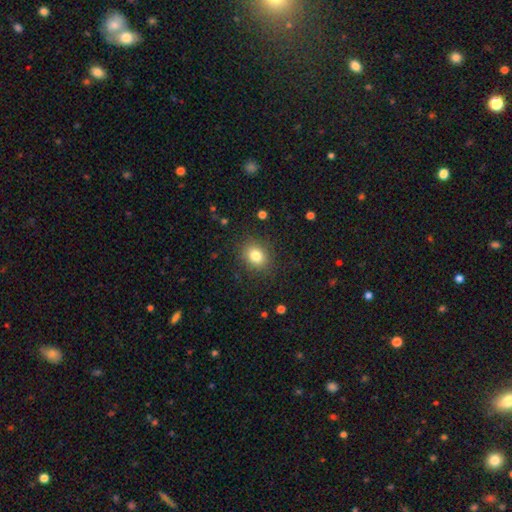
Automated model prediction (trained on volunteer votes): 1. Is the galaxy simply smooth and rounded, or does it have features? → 81% smooth, 12% star or artifact, 8% featured or disk.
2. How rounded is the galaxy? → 57% round, 42% in between, 1% cigar-shaped.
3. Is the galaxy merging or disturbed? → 86% none, 9% minor disturbance, 3% major disturbance, 1% merger.